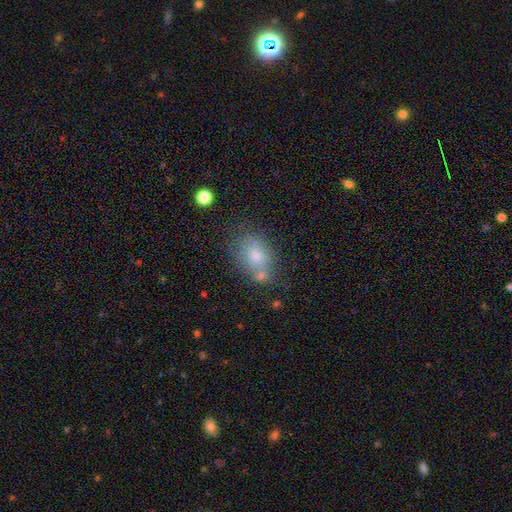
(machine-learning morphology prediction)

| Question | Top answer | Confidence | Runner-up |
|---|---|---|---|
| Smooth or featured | smooth | 72% | featured or disk (17%) |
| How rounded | in between | 69% | round (30%) |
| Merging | none | 59% | minor disturbance (18%) |